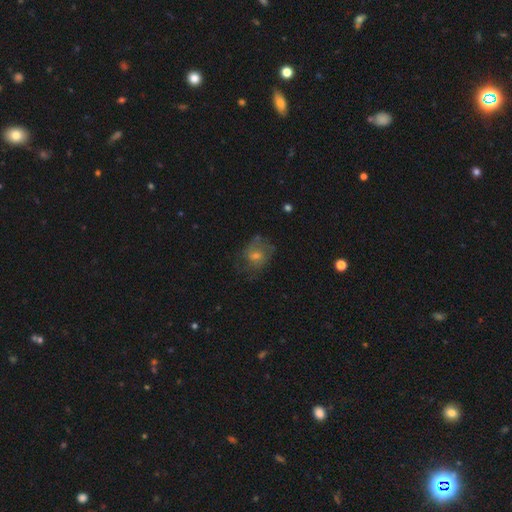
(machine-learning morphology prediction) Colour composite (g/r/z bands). It shows a smooth galaxy with no disk features (46%). Merging: none (58%).